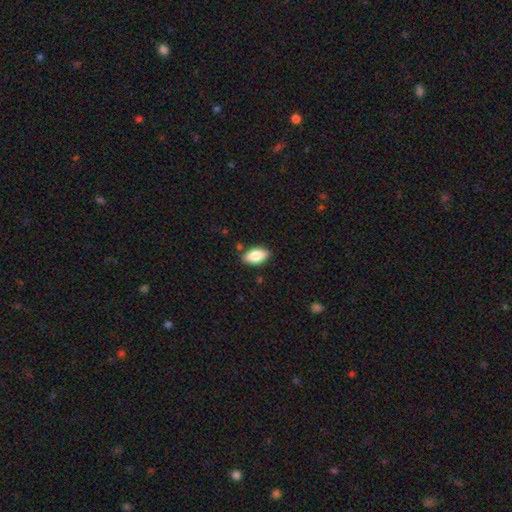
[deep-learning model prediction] This is clearly a smooth galaxy (84%). How rounded: clearly in between (92%). Merging: clearly none (85%).